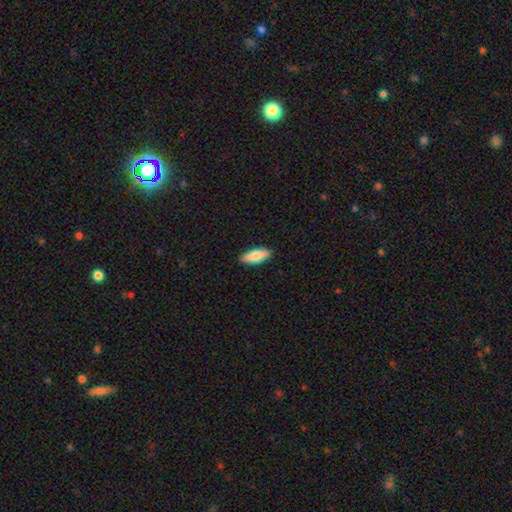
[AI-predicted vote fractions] Smooth or featured? smooth (81%)
How rounded? in between (73%)
Merging? none (90%)